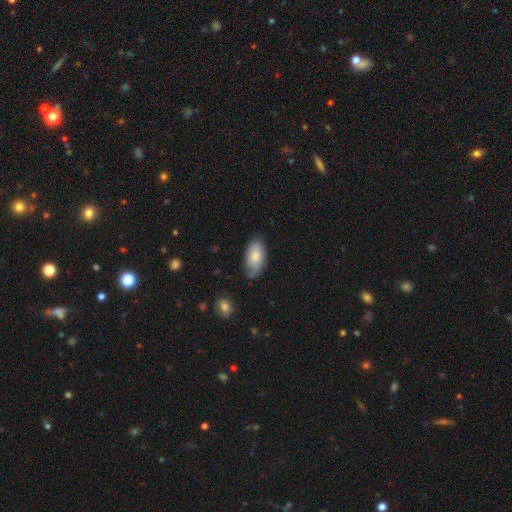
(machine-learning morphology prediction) Overall: smooth (77%). How rounded: in between (94%). Merging: none (64%; minor disturbance 28%).